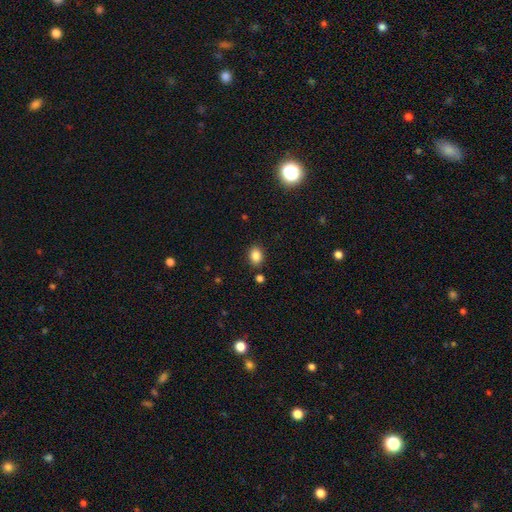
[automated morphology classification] Smooth or featured? smooth (85%)
How rounded? in between (62%)
Merging? none (83%)